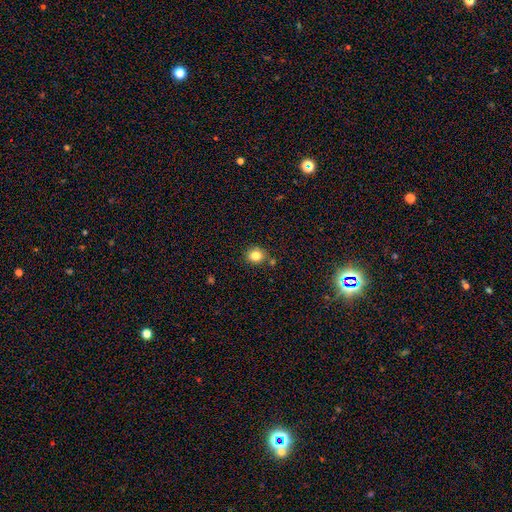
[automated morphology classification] Smooth or featured?
  - smooth: 82% *
  - star or artifact: 12%
  - featured or disk: 6%
How rounded?
  - round: 81% *
  - in between: 18%
  - cigar-shaped: 1%
Merging?
  - none: 81% *
  - minor disturbance: 10%
  - merger: 6%
  - major disturbance: 3%